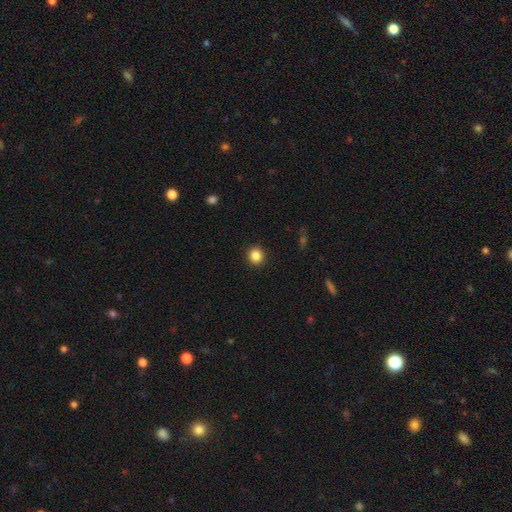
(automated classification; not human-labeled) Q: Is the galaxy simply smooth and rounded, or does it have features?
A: smooth — 86%.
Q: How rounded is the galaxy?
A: round — 84%.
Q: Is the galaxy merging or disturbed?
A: none — 92%.